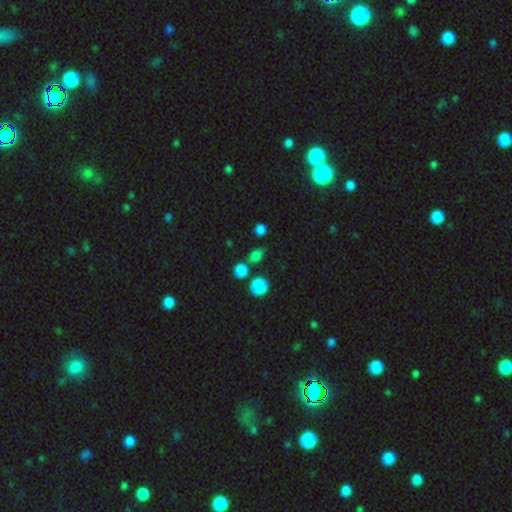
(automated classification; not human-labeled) Morphology: type=smooth (74%); roundness=round (68%); merging=none (70%).